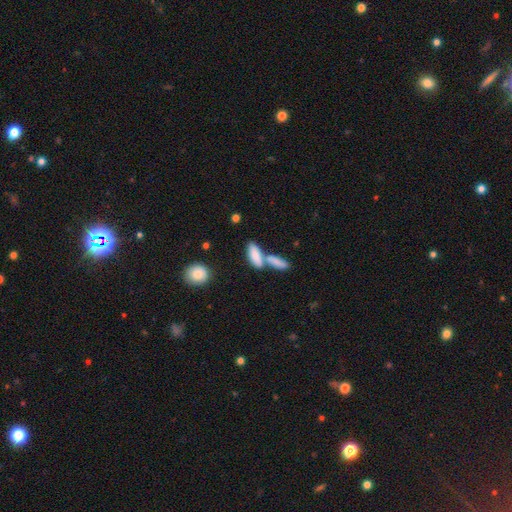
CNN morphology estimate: Smooth or featured: smooth — 80% (featured or disk — 14%)
How rounded: in between — 69% (cigar-shaped — 28%)
Merging: merger — 51% (none — 36%)